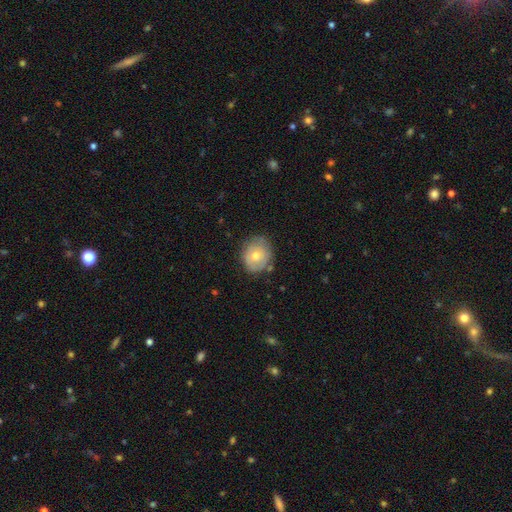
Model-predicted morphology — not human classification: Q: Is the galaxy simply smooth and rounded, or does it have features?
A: smooth — 59%.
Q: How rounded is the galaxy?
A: round — 72%.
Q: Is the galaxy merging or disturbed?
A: none — 75%.